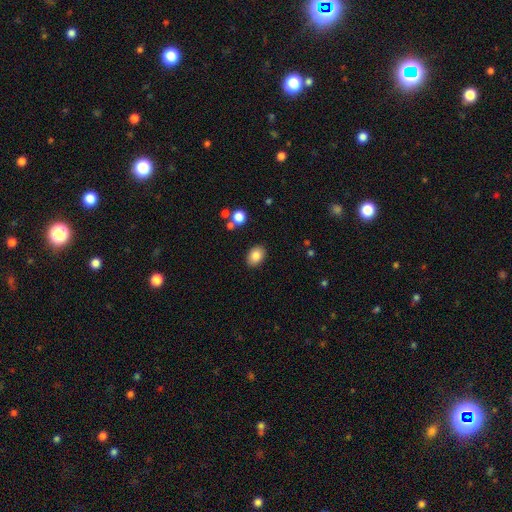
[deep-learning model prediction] This is clearly a smooth galaxy (84%). How rounded: likely in between (75%). Merging: clearly none (87%).